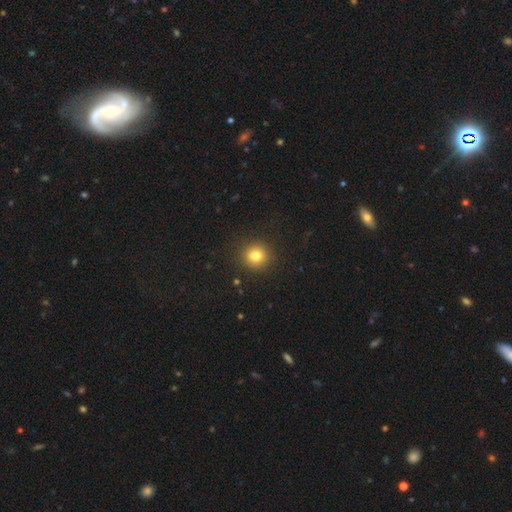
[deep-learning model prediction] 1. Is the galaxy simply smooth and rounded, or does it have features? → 80% smooth, 13% star or artifact, 8% featured or disk.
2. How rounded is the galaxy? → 92% round, 7% in between, 1% cigar-shaped.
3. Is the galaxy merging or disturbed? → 90% none, 6% minor disturbance, 2% major disturbance, 1% merger.